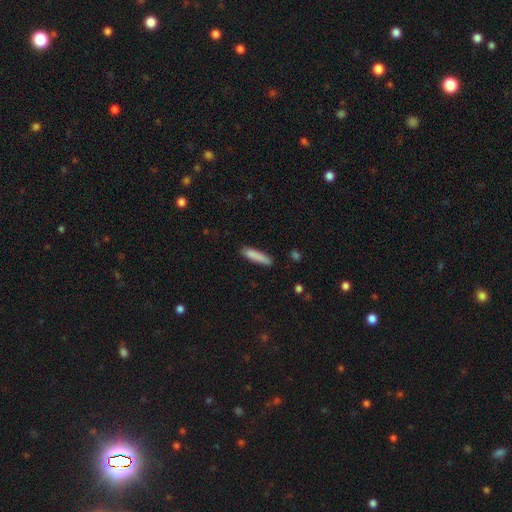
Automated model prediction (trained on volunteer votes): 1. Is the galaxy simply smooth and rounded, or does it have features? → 86% smooth, 8% featured or disk, 6% star or artifact.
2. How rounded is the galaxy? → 82% cigar-shaped, 17% in between, 1% round.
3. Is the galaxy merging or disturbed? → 83% none, 13% minor disturbance, 2% major disturbance, 1% merger.